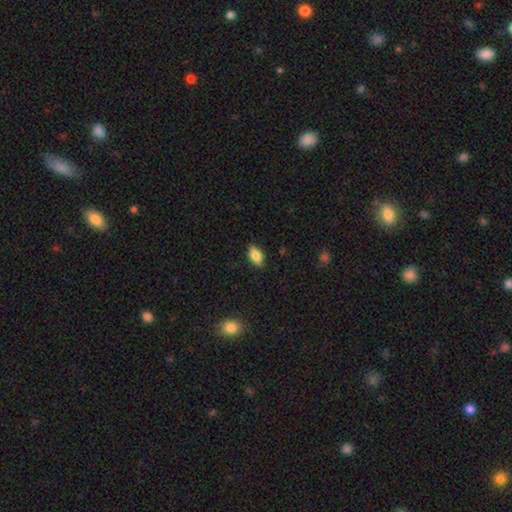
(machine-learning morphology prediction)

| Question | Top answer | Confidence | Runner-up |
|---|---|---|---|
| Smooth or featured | smooth | 84% | featured or disk (9%) |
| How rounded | in between | 89% | round (6%) |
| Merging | none | 87% | minor disturbance (10%) |